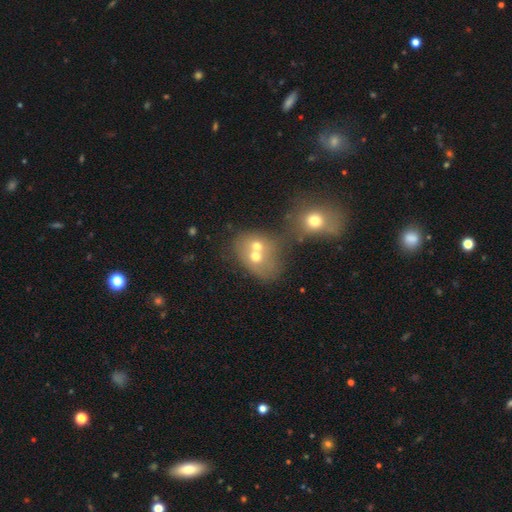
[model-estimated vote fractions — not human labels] The model was most divided on "how rounded": round: 57%, in between: 42%, cigar-shaped: 1%. More confident: merging — merger (66%); smooth or featured — smooth (55%).